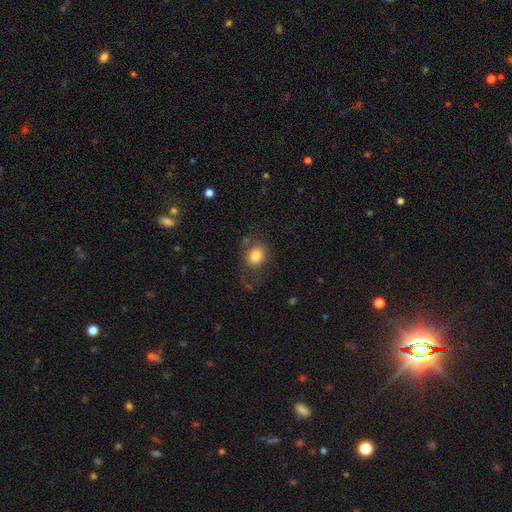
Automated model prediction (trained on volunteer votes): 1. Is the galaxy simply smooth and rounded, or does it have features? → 79% smooth, 13% featured or disk, 8% star or artifact.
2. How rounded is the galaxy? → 51% in between, 48% round, 1% cigar-shaped.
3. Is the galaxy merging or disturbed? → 60% none, 20% minor disturbance, 16% major disturbance, 3% merger.